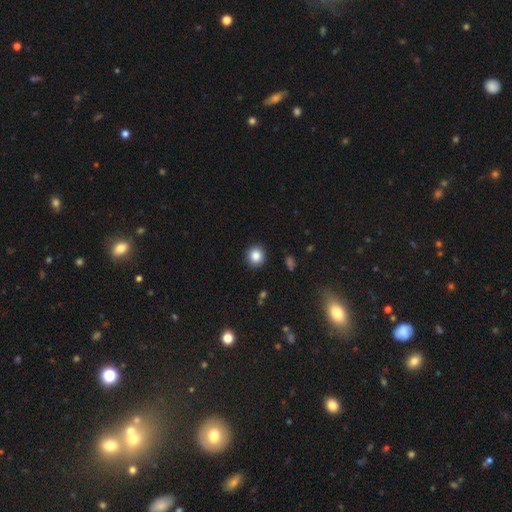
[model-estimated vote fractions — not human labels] smooth_or_featured: smooth (p=0.85) [alt: star or artifact p=0.10]
how_rounded: round (p=0.88) [alt: in between p=0.11]
merging: none (p=0.91) [alt: minor disturbance p=0.06]